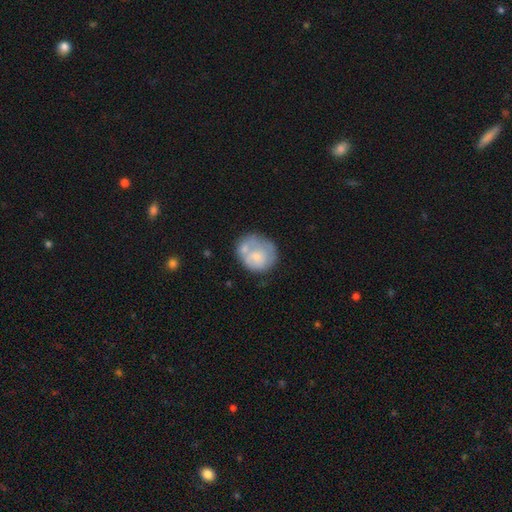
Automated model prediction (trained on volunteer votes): Smooth or featured? Predicted: smooth (p=0.54). How rounded? Predicted: round (p=0.77). Merging? Predicted: none (p=0.40).